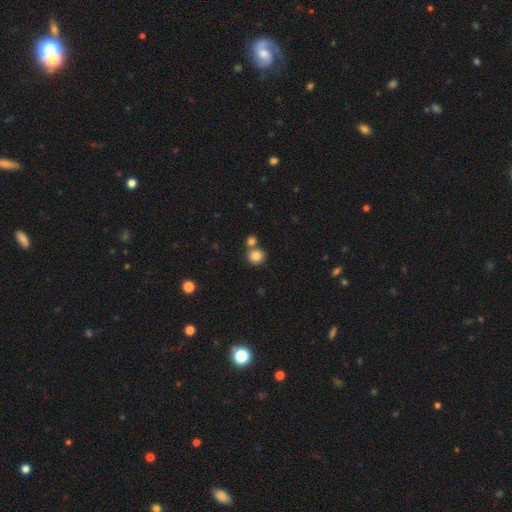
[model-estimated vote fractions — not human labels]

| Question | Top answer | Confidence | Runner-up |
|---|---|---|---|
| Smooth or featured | smooth | 83% | star or artifact (11%) |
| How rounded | round | 90% | in between (9%) |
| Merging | none | 63% | merger (27%) |